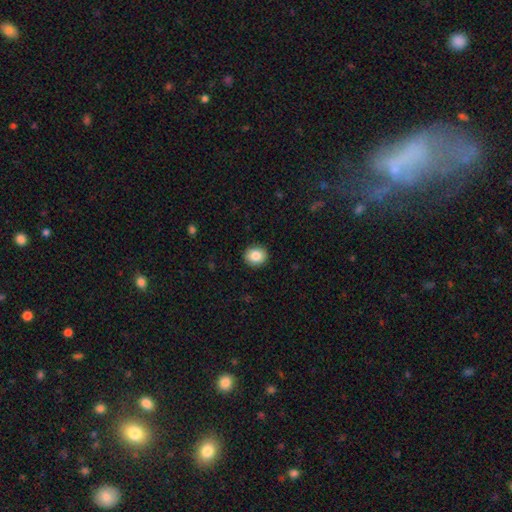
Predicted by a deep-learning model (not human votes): Overall: smooth (86%). How rounded: round (75%). Merging: none (91%).